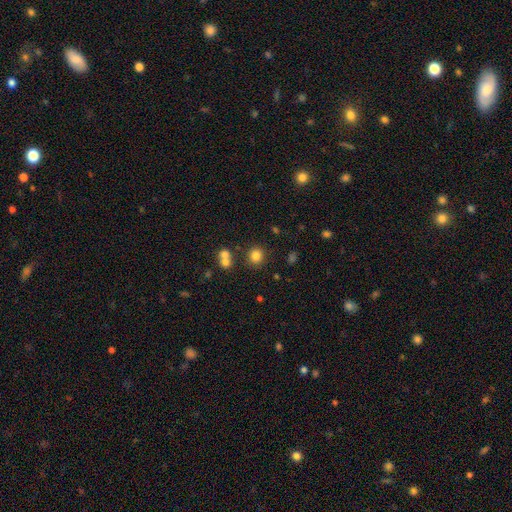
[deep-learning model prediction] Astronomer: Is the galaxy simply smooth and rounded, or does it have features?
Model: smooth — 80%.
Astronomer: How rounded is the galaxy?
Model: round — 87%.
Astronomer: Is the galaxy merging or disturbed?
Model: none — 78%.